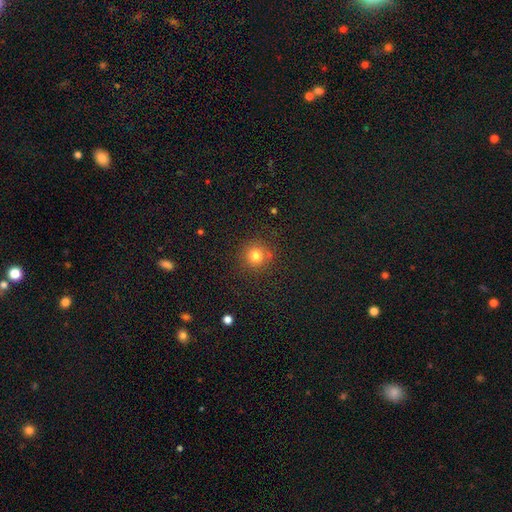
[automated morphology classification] Smooth or featured: smooth — 79% (star or artifact — 14%)
How rounded: round — 94% (in between — 5%)
Merging: none — 86% (minor disturbance — 9%)